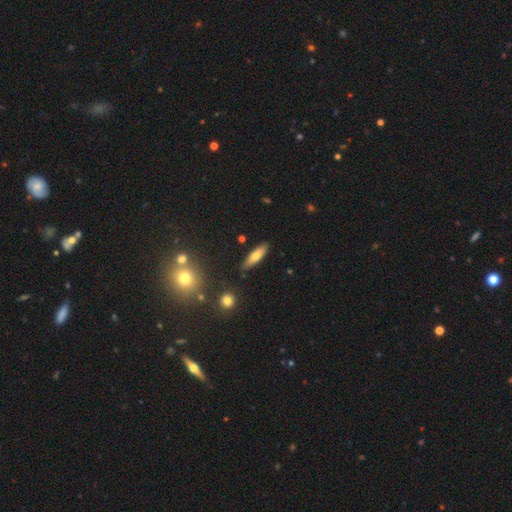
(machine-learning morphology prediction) The model was most divided on "how rounded": cigar-shaped: 61%, in between: 36%, round: 3%. More confident: merging — none (84%); smooth or featured — smooth (65%).